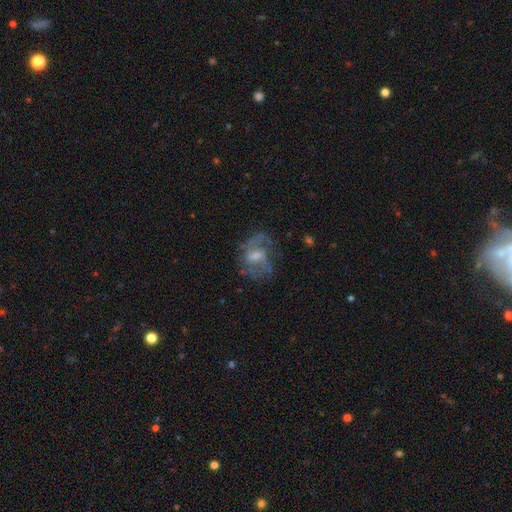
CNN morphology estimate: A featured or disk galaxy (72%) with a weak bar (51%), 2 (55%) medium (48%) spiral arms (82%) and a moderate central bulge (47%). Merging: none (60%).